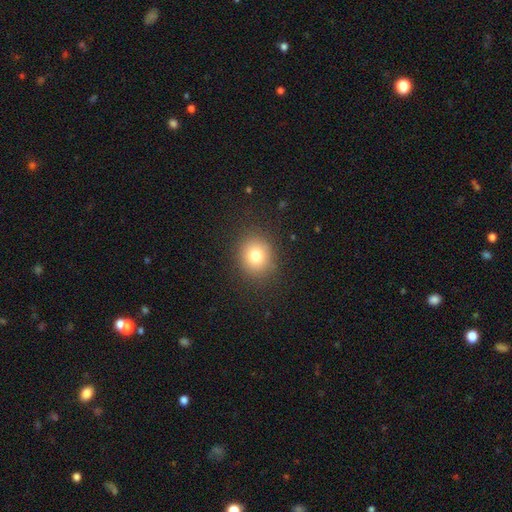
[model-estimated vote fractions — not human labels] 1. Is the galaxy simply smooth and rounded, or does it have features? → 78% smooth, 12% star or artifact, 10% featured or disk.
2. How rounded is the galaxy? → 75% round, 24% in between, 1% cigar-shaped.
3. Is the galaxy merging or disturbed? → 88% none, 8% minor disturbance, 3% major disturbance, 1% merger.